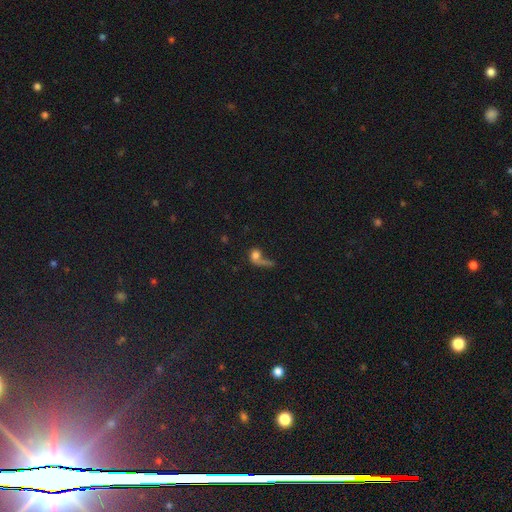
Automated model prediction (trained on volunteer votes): smooth_or_featured: smooth (p=0.58) [alt: featured or disk p=0.26]
how_rounded: round (p=0.52) [alt: in between p=0.42]
merging: major disturbance (p=0.40) [alt: none p=0.26]